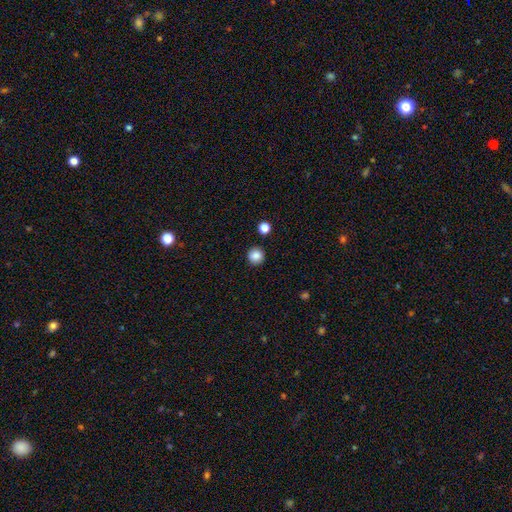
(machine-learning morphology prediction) smooth 86%, star or artifact 10%, featured or disk 4%. Down the decision tree: how rounded — round (95%); merging — none (92%).